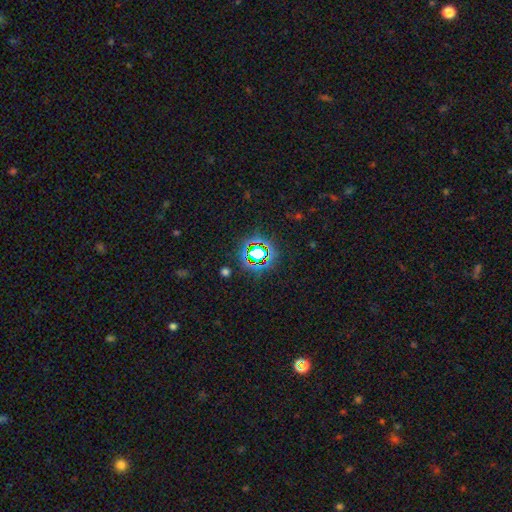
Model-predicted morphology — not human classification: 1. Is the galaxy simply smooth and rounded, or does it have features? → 70% star or artifact, 19% smooth, 11% featured or disk.